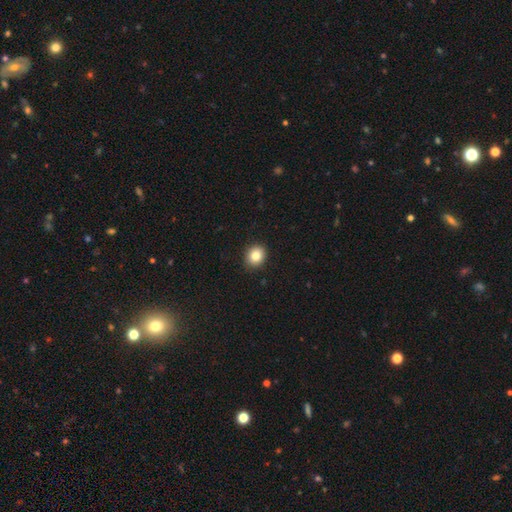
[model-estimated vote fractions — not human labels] Smooth or featured: smooth — 84% (star or artifact — 10%)
How rounded: round — 71% (in between — 28%)
Merging: none — 91% (minor disturbance — 6%)